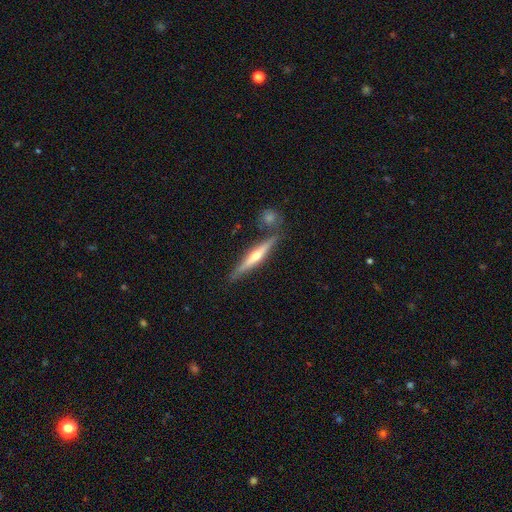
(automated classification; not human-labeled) Overall: featured or disk (68%). Edge-on disk: yes (97%). Edge-on bulge: rounded (85%). Merging: none (81%).